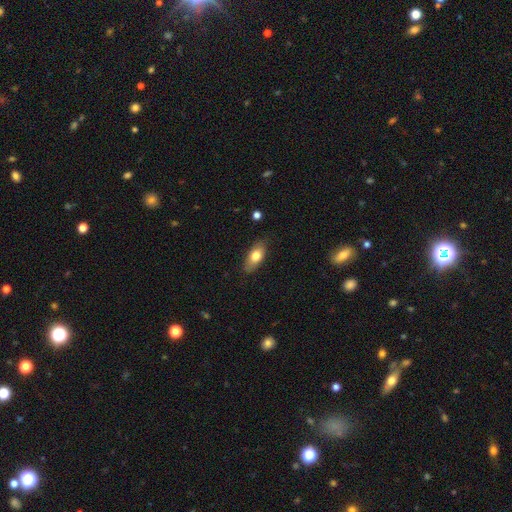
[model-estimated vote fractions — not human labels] smooth-or-featured: smooth: 74% | featured or disk: 19% | star or artifact: 7%
  how-rounded: in between: 84% | cigar-shaped: 11% | round: 4%
  merging: none: 79% | minor disturbance: 17% | major disturbance: 3% | merger: 1%